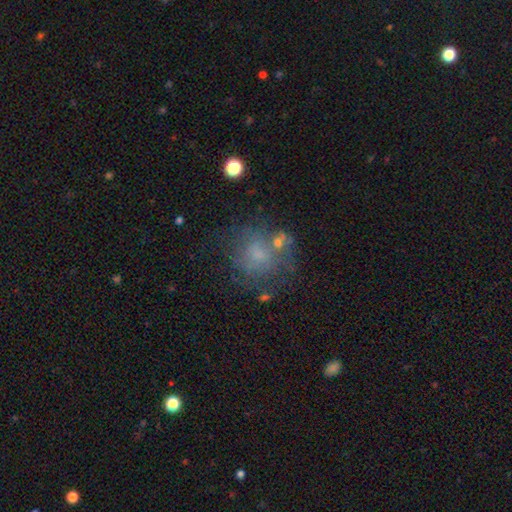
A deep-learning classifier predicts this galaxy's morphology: This appears to be a smooth galaxy with no disk features (51%) that is round (78%). Merging: none (55%).